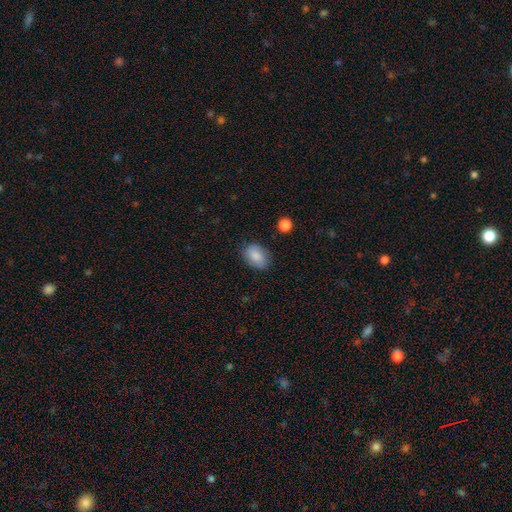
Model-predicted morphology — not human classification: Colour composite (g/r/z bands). It shows a smooth galaxy with no disk features (85%) that is in between round and cigar-shaped (82%). Merging: none (82%).